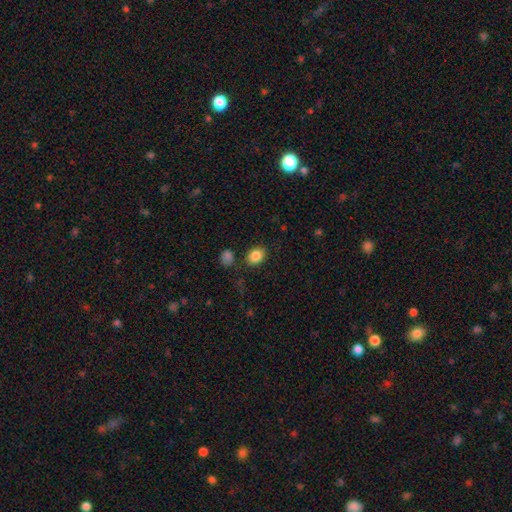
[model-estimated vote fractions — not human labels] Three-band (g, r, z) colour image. It shows a smooth galaxy with no disk features (86%) that is in between round and cigar-shaped (61%). Merging: none (82%).